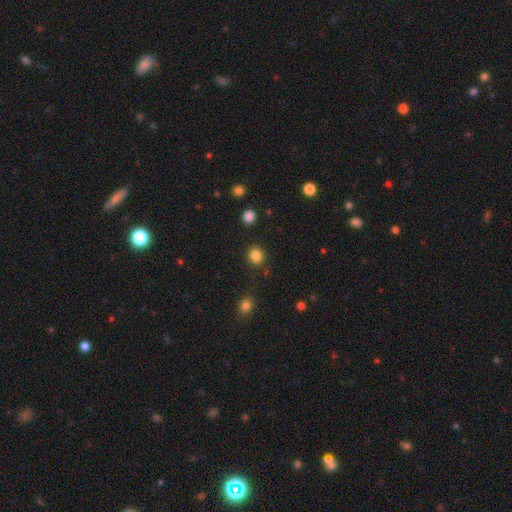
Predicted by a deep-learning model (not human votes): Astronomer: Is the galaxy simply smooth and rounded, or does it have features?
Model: smooth — 85%.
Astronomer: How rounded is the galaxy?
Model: round — 81%.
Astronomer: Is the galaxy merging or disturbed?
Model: none — 87%.